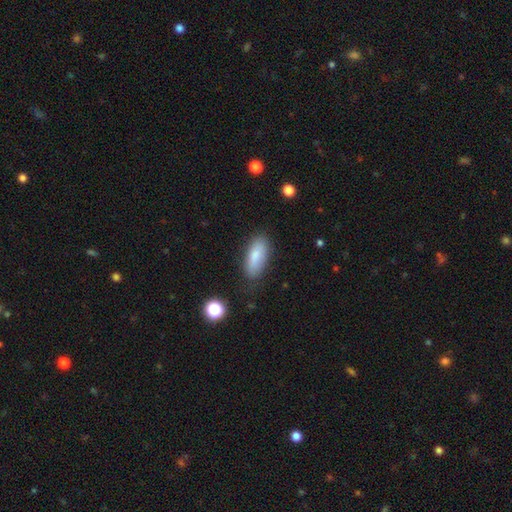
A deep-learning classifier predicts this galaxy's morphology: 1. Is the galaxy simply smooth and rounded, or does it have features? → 82% smooth, 11% featured or disk, 7% star or artifact.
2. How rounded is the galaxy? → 77% in between, 20% cigar-shaped, 2% round.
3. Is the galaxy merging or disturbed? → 79% none, 15% minor disturbance, 4% major disturbance, 2% merger.